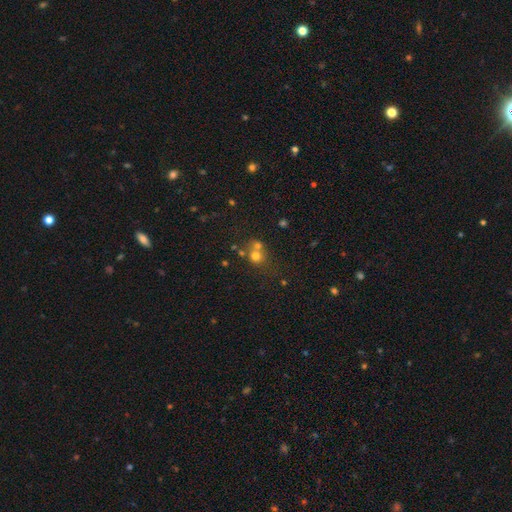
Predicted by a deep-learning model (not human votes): Smooth or featured?
  - smooth: 67% *
  - star or artifact: 19%
  - featured or disk: 15%
How rounded?
  - round: 82% *
  - in between: 17%
  - cigar-shaped: 1%
Merging?
  - merger: 47% *
  - none: 42%
  - minor disturbance: 7%
  - major disturbance: 4%